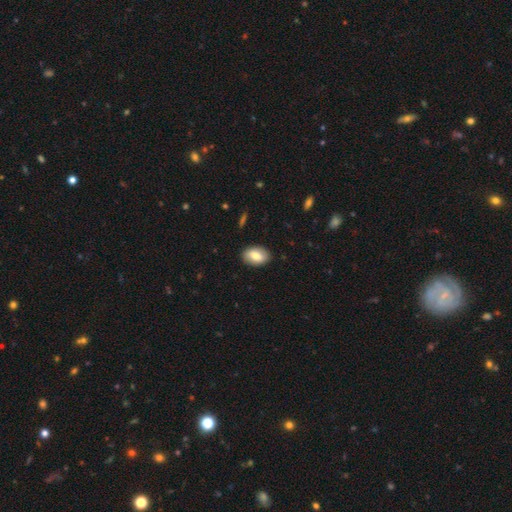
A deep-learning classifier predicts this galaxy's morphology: This appears to be a smooth galaxy with no disk features (71%) that is in between round and cigar-shaped (89%). Merging: none (88%).